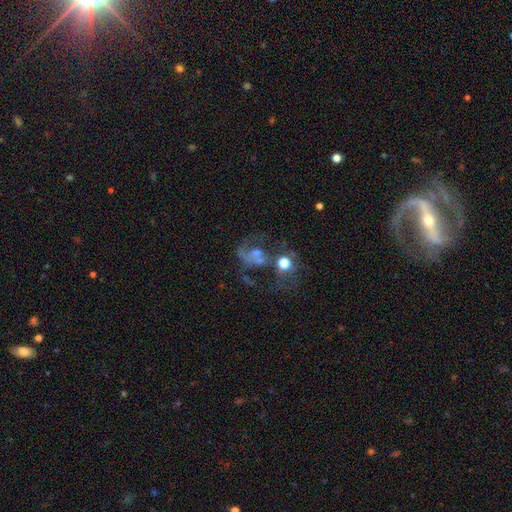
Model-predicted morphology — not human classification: This appears to be a featured or disk galaxy (47%). Merging: major disturbance (39%).